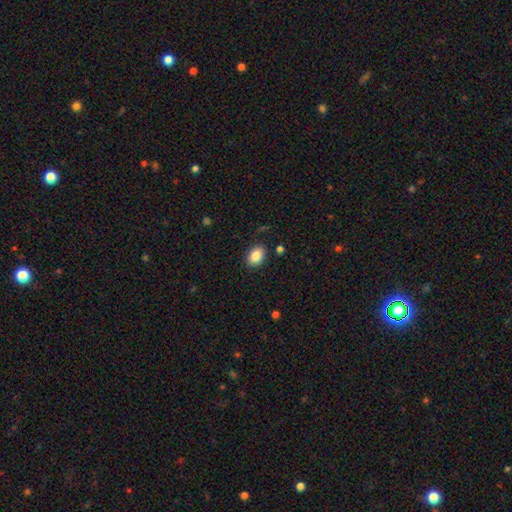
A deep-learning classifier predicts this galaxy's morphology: A smooth galaxy with no disk features (87%) that is in between round and cigar-shaped (80%). Merging: none (87%).